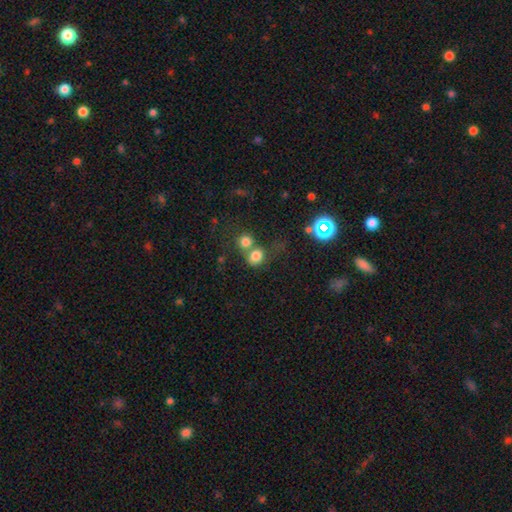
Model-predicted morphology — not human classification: This is likely a smooth galaxy (77%). How rounded: likely round (67%). Merging: possibly merger (47%).